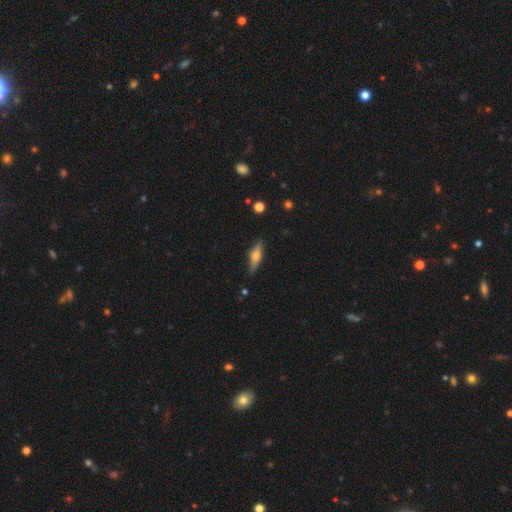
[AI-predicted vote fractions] This is possibly a smooth galaxy (47%). Merging: clearly none (81%).